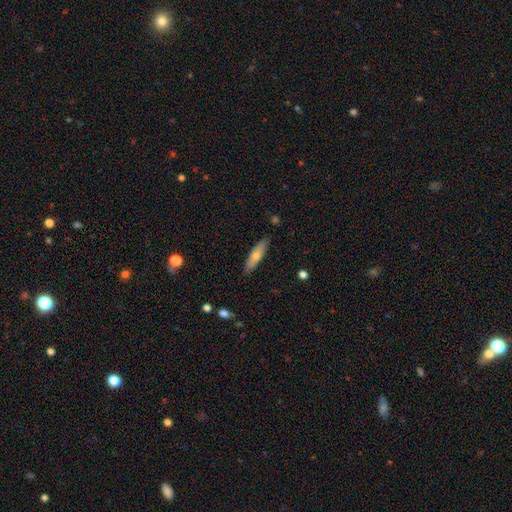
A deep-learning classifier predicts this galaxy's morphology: Overall: smooth (59%; featured or disk 35%). How rounded: cigar-shaped (74%). Merging: none (88%).